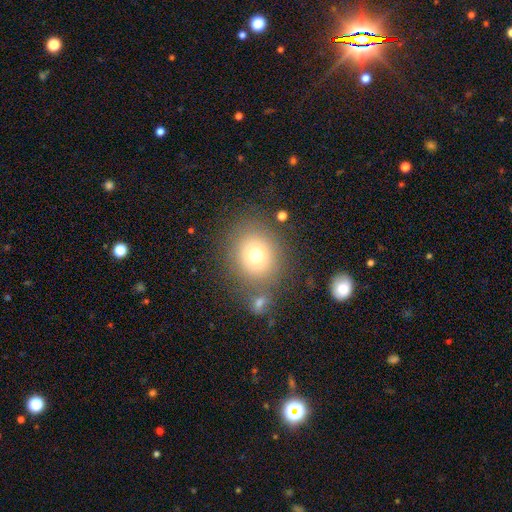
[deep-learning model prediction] Smooth or featured? Predicted: smooth (p=0.71). How rounded? Predicted: round (p=0.76). Merging? Predicted: none (p=0.71).